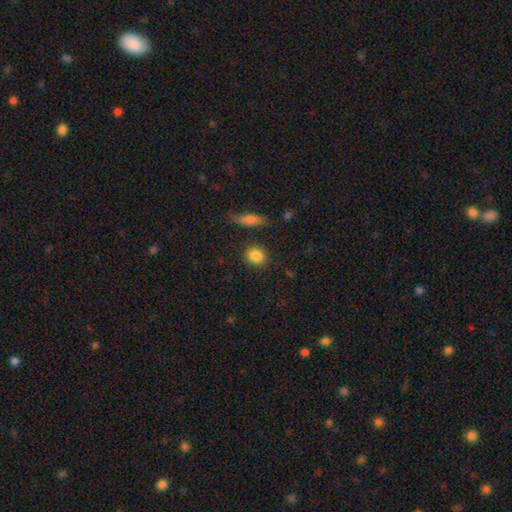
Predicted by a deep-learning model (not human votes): Smooth or featured? smooth (85%)
How rounded? round (73%)
Merging? none (86%)